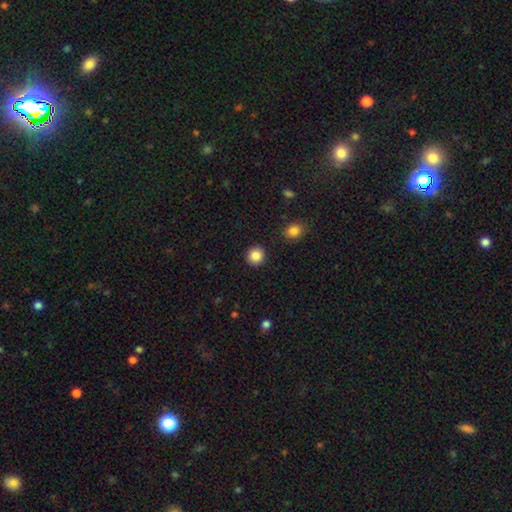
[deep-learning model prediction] Q: Smooth or featured?
A: smooth (86%); runner-up: star or artifact (9%)
Q: How rounded?
A: round (92%); runner-up: in between (7%)
Q: Merging?
A: none (91%); runner-up: minor disturbance (5%)